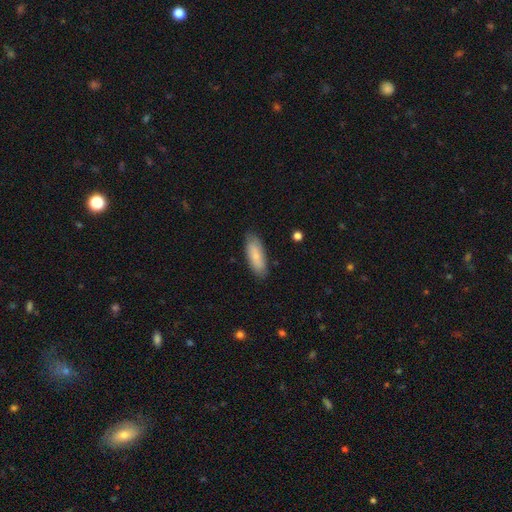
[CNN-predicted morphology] Q: Smooth or featured?
A: smooth (76%); runner-up: featured or disk (18%)
Q: How rounded?
A: in between (68%); runner-up: cigar-shaped (30%)
Q: Merging?
A: none (84%); runner-up: minor disturbance (13%)